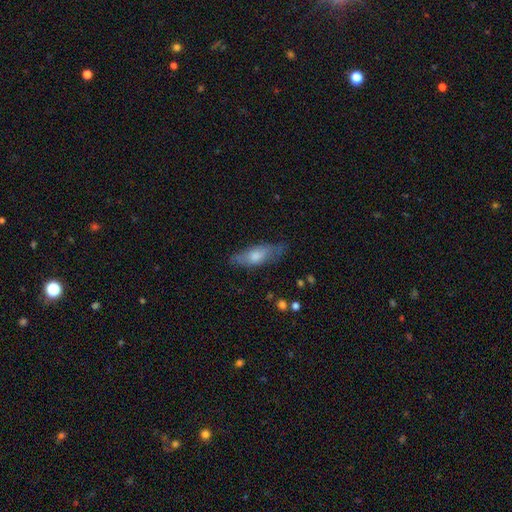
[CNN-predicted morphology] type=smooth (60%); roundness=in between (59%); merging=none (70%).